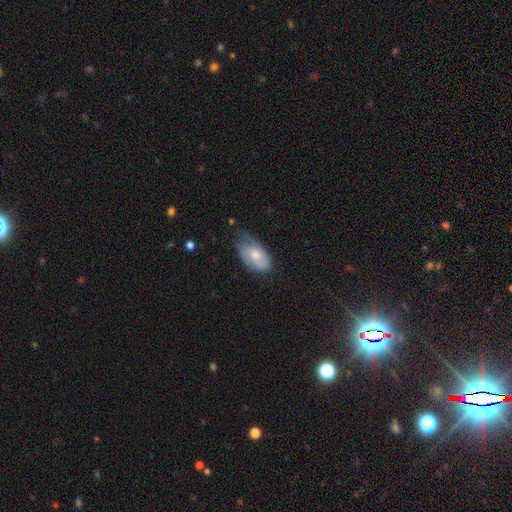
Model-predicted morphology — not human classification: The model was most divided on "merging": none: 44%, minor disturbance: 41%, major disturbance: 13%, merger: 2%. More confident: how rounded — in between (92%); smooth or featured — smooth (59%).